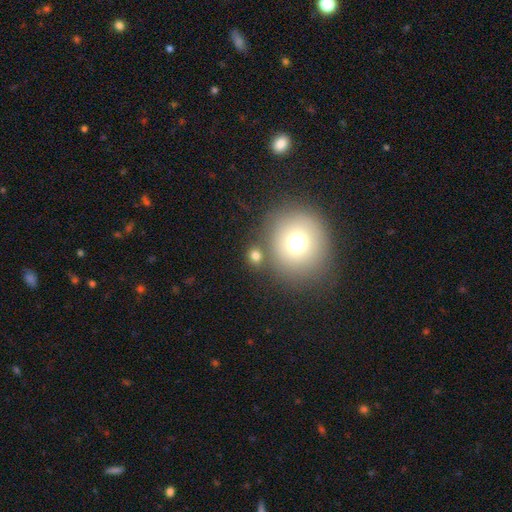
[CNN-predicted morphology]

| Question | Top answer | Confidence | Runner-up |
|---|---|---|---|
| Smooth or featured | smooth | 71% | star or artifact (20%) |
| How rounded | round | 75% | in between (24%) |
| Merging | none | 72% | merger (14%) |